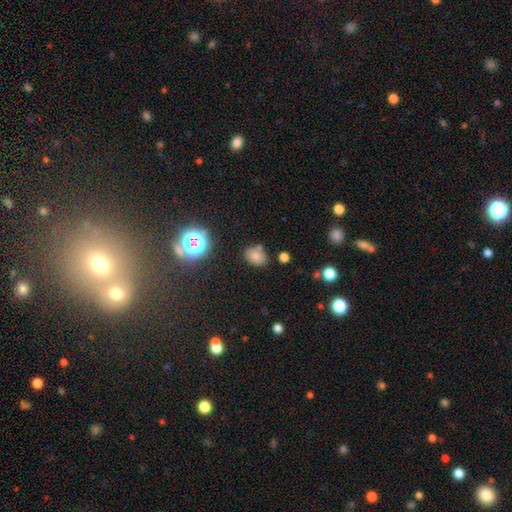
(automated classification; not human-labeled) Morphology: type=smooth (74%); roundness=in between (57%); merging=none (75%).